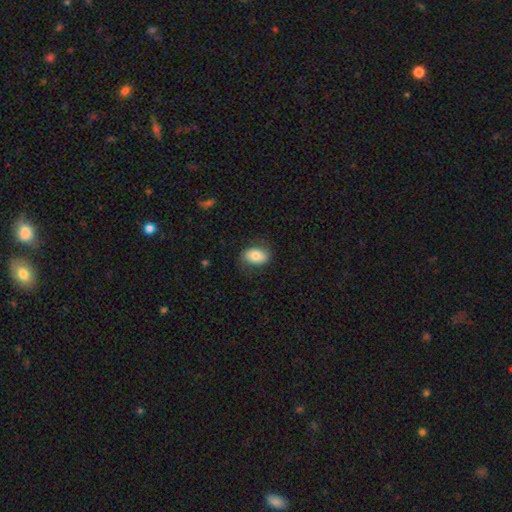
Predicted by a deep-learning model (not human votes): smooth-or-featured: smooth: 75% | featured or disk: 18% | star or artifact: 7%
  how-rounded: in between: 81% | round: 18% | cigar-shaped: 1%
  merging: none: 73% | minor disturbance: 19% | major disturbance: 7% | merger: 1%